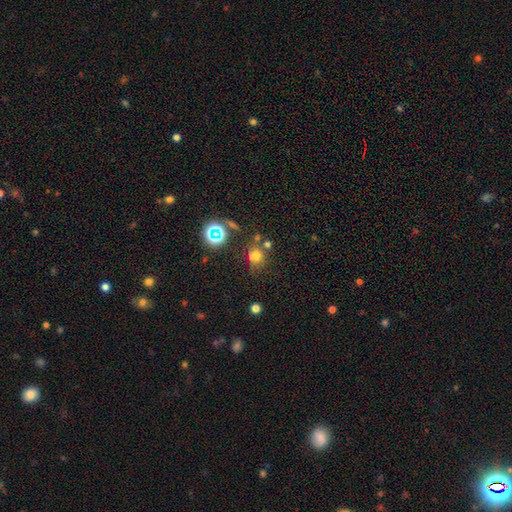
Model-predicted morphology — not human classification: type=smooth (65%); roundness=round (77%); merging=none (66%).